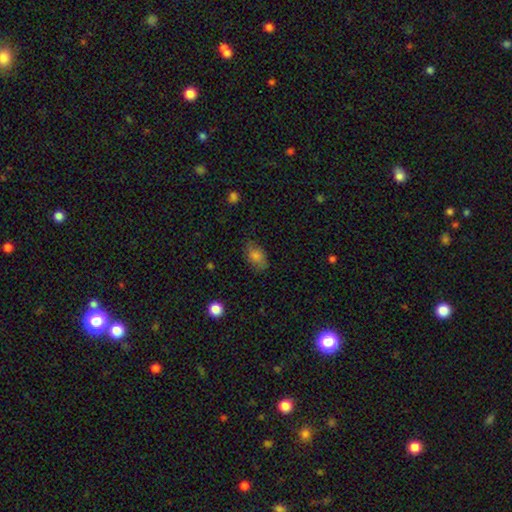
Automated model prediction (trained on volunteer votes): Overall: smooth (80%). How rounded: in between (88%). Merging: none (74%).